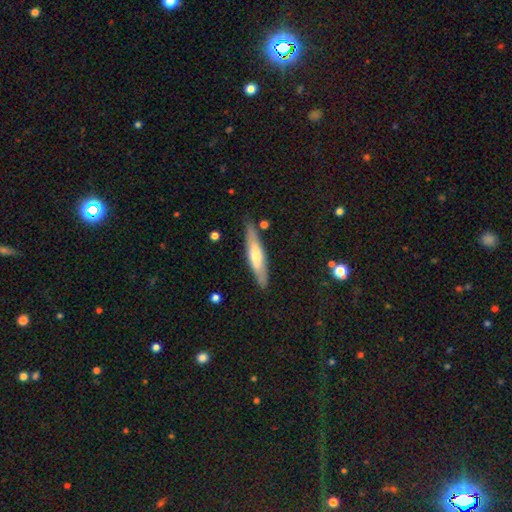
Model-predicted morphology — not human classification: This is possibly a featured or disk galaxy (48%). Merging: clearly none (86%).